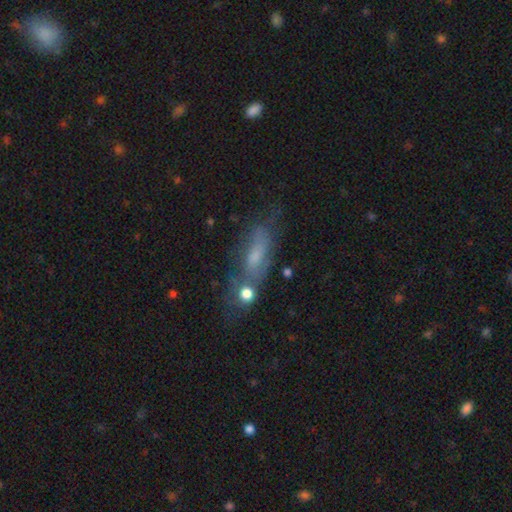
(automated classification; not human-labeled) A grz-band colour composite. It shows a smooth galaxy with no disk features (46%). Merging: none (53%).